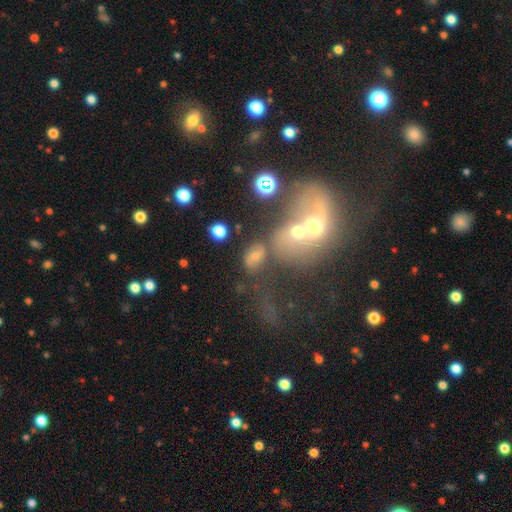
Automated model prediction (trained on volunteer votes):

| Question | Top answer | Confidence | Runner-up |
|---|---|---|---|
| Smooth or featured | smooth | 48% | featured or disk (30%) |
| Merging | merger | 61% | none (18%) |